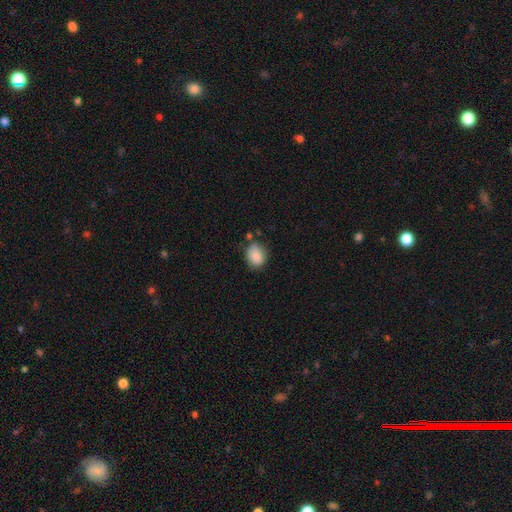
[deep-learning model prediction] A smooth galaxy with no disk features (85%) that is in between round and cigar-shaped (50%).

Vote fractions:
- Smooth or featured? smooth: 85% / star or artifact: 8% / featured or disk: 7%
- How rounded? in between: 50% / round: 49% / cigar-shaped: 1%
- Merging? none: 67% / minor disturbance: 22% / merger: 6% / major disturbance: 5%